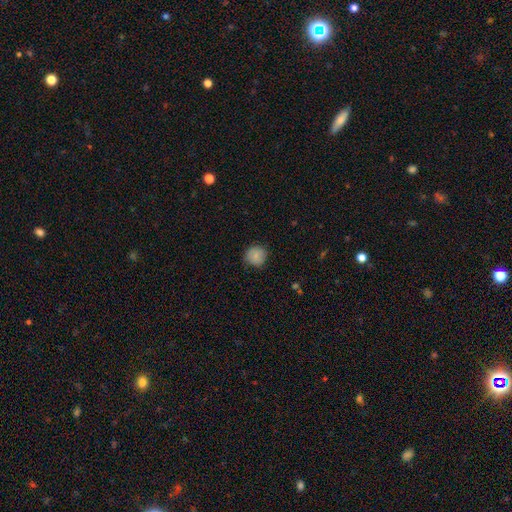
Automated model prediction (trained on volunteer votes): Smooth or featured: smooth — 83% (featured or disk — 9%)
How rounded: round — 88% (in between — 11%)
Merging: none — 77% (minor disturbance — 18%)